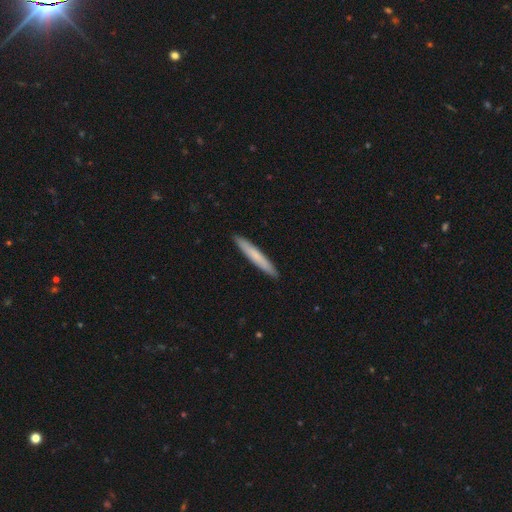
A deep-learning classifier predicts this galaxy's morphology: The model was most divided on "smooth or featured": smooth: 71%, featured or disk: 24%, star or artifact: 5%. More confident: how rounded — cigar-shaped (96%); merging — none (93%).